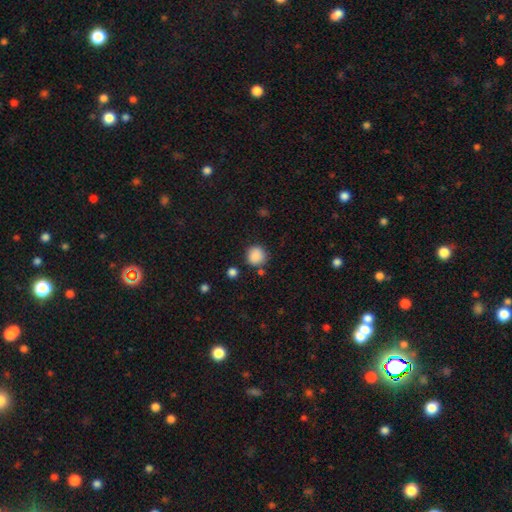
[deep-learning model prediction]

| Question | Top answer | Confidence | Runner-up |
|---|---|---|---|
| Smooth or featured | smooth | 87% | star or artifact (9%) |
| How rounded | round | 90% | in between (9%) |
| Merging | none | 80% | minor disturbance (11%) |